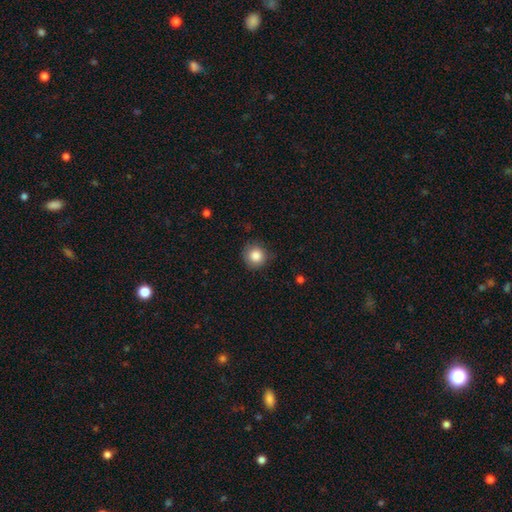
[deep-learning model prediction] This is clearly a smooth galaxy (85%). How rounded: clearly round (93%). Merging: clearly none (83%).